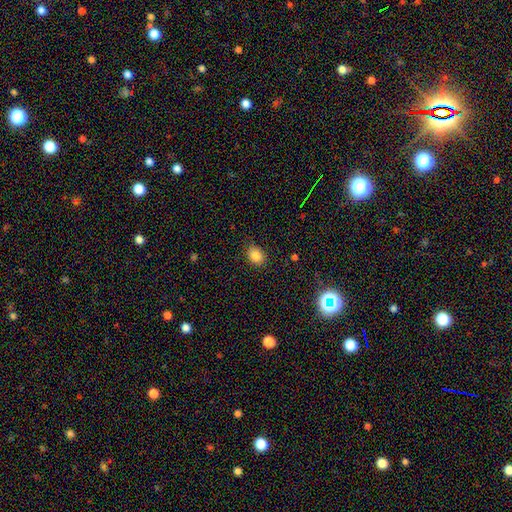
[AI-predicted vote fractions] Q: Smooth or featured?
A: smooth (84%); runner-up: star or artifact (11%)
Q: How rounded?
A: in between (57%); runner-up: round (42%)
Q: Merging?
A: none (82%); runner-up: minor disturbance (14%)